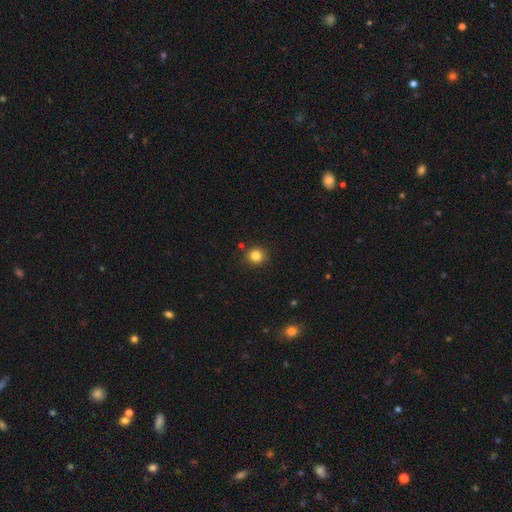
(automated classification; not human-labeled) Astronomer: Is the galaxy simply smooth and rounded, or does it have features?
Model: smooth — 83%.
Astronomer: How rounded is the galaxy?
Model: round — 89%.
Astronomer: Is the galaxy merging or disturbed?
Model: none — 86%.